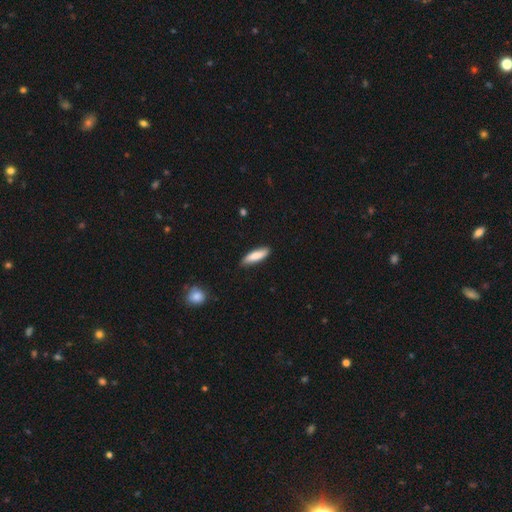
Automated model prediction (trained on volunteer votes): Q: Smooth or featured?
A: smooth (82%); runner-up: featured or disk (13%)
Q: How rounded?
A: cigar-shaped (64%); runner-up: in between (34%)
Q: Merging?
A: none (83%); runner-up: minor disturbance (13%)